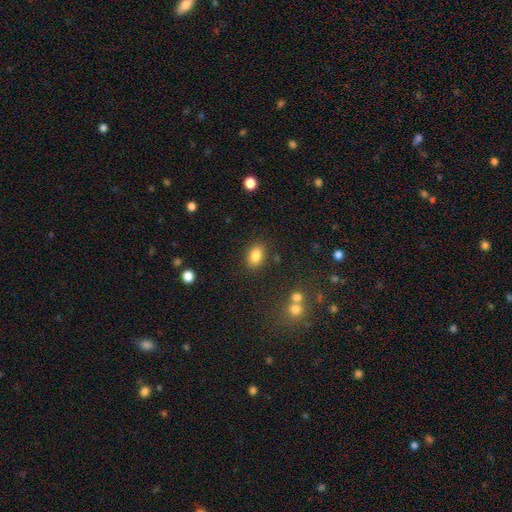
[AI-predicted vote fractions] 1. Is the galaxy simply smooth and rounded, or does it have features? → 84% smooth, 9% star or artifact, 7% featured or disk.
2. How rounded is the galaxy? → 81% in between, 18% round, 1% cigar-shaped.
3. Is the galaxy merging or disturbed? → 84% none, 10% minor disturbance, 3% major disturbance, 3% merger.